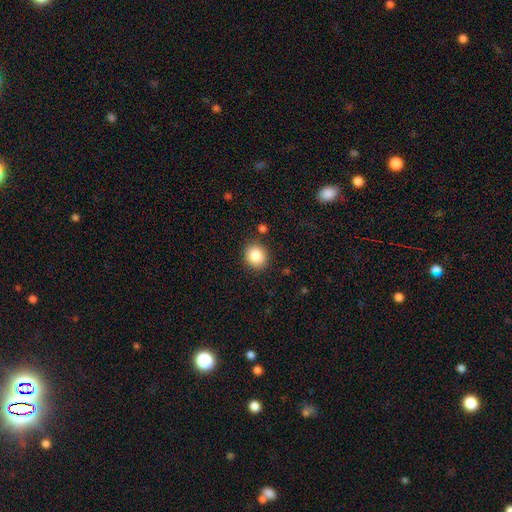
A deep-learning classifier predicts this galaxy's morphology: The model was most divided on "how rounded": round: 80%, in between: 19%, cigar-shaped: 1%. More confident: merging — none (88%); smooth or featured — smooth (86%).